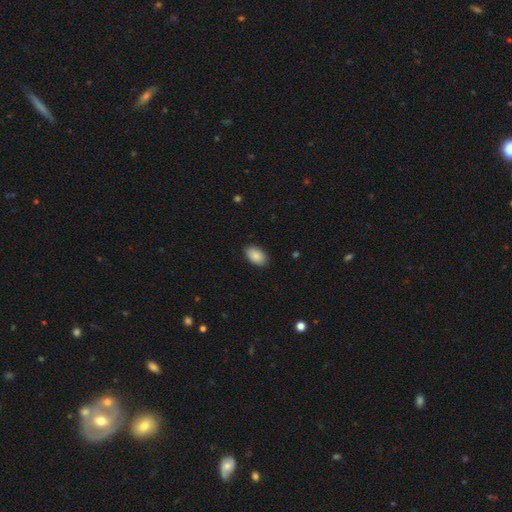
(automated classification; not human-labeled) Smooth or featured?
  - smooth: 89% *
  - star or artifact: 7%
  - featured or disk: 4%
How rounded?
  - in between: 92% *
  - round: 6%
  - cigar-shaped: 1%
Merging?
  - none: 87% *
  - minor disturbance: 10%
  - major disturbance: 2%
  - merger: 1%